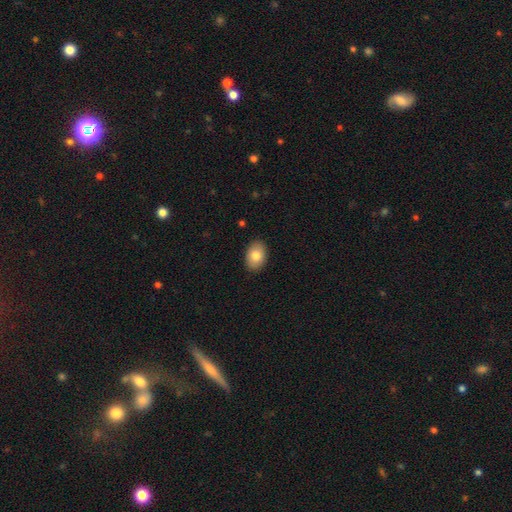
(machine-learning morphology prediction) smooth_or_featured: smooth (p=0.81) [alt: featured or disk p=0.12]
how_rounded: in between (p=0.83) [alt: round p=0.16]
merging: none (p=0.89) [alt: minor disturbance p=0.08]